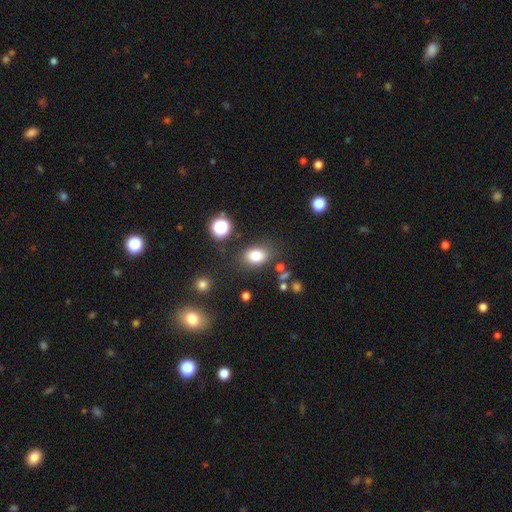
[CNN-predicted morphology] smooth-or-featured: smooth: 79% | star or artifact: 12% | featured or disk: 9%
  how-rounded: in between: 68% | round: 31% | cigar-shaped: 1%
  merging: none: 79% | minor disturbance: 12% | major disturbance: 5% | merger: 4%